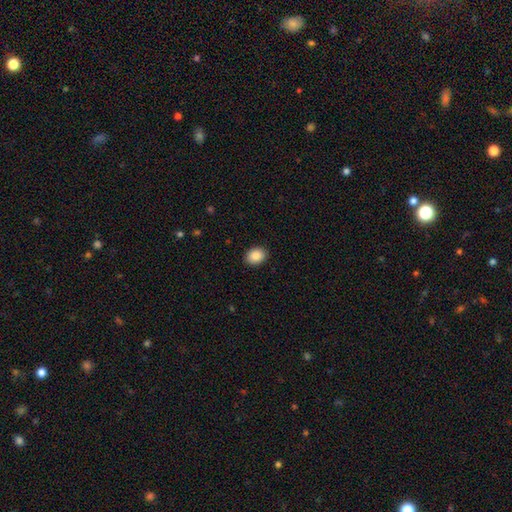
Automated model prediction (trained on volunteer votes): smooth 87%, star or artifact 8%, featured or disk 5%. Down the decision tree: how rounded — in between (60%); merging — none (91%).